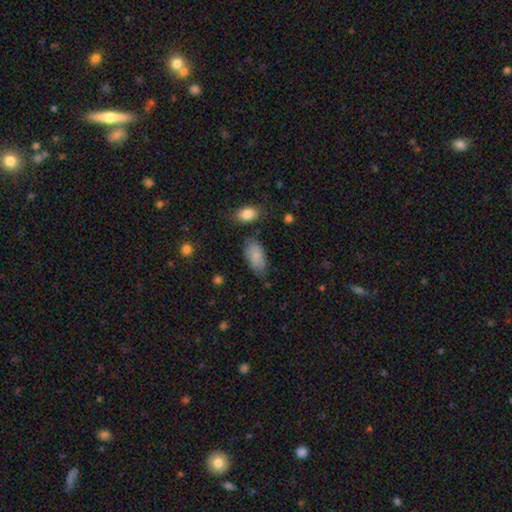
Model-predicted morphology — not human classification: type=smooth (84%); roundness=in between (93%); merging=none (71%).